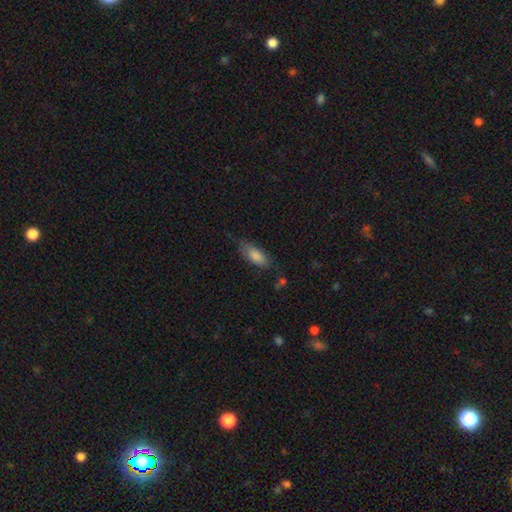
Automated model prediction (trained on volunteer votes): Morphology: type=smooth (80%); roundness=in between (79%); merging=none (65%).